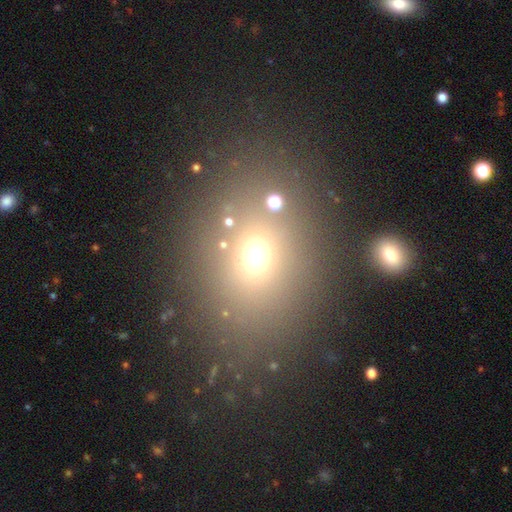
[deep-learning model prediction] Smooth or featured? Predicted: smooth (p=0.65). How rounded? Predicted: in between (p=0.53). Merging? Predicted: none (p=0.75).